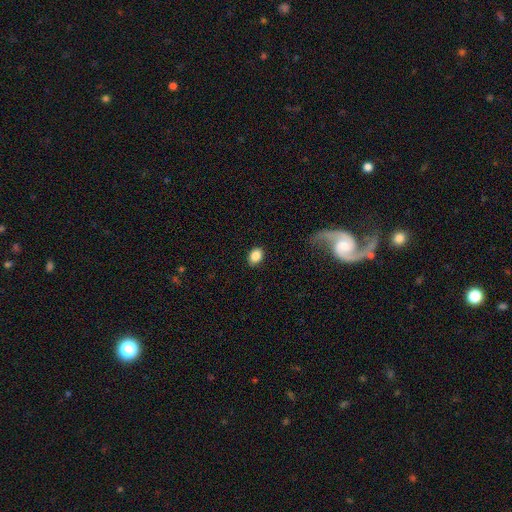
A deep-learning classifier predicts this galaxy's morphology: The model was most divided on "how rounded": in between: 74%, round: 25%, cigar-shaped: 1%. More confident: merging — none (87%); smooth or featured — smooth (86%).